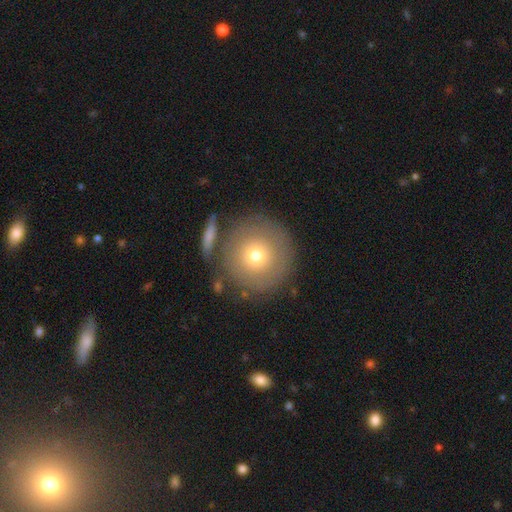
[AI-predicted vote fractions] A smooth galaxy with no disk features (67%) that is round (96%).

Vote fractions:
- Smooth or featured? smooth: 67% / featured or disk: 24% / star or artifact: 9%
- How rounded? round: 96% / in between: 3% / cigar-shaped: 1%
- Merging? none: 80% / minor disturbance: 10% / merger: 6% / major disturbance: 4%